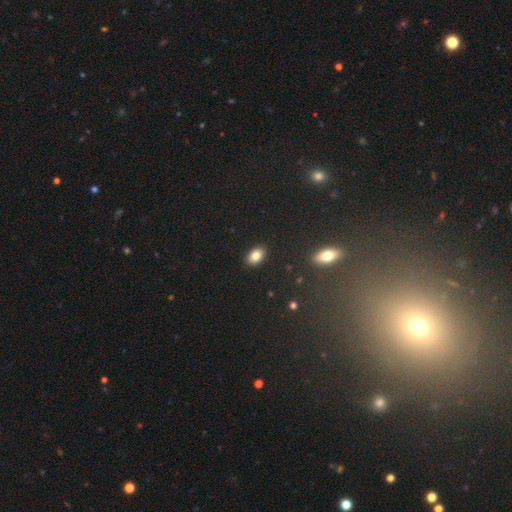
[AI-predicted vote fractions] This is clearly a smooth galaxy (84%). How rounded: clearly in between (87%). Merging: clearly none (88%).